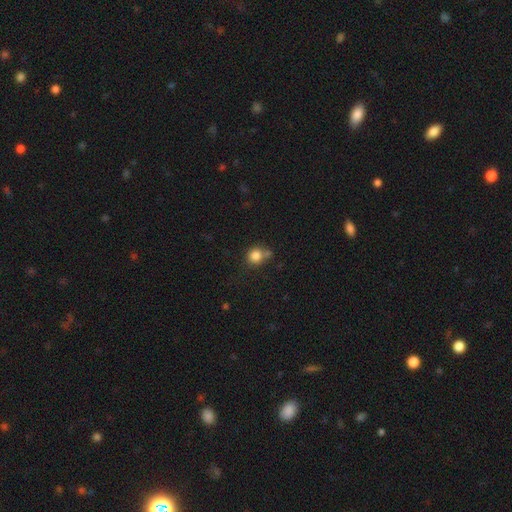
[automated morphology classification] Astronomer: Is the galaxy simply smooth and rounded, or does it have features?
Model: smooth — 82%.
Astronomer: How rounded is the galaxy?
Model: round — 84%.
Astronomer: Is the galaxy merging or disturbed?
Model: none — 58%.